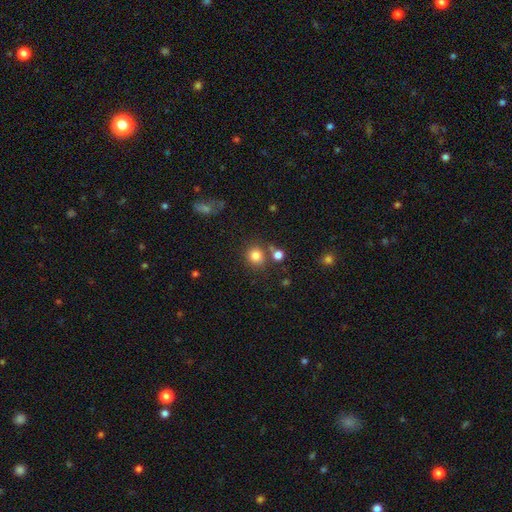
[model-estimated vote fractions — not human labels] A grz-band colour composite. It shows a smooth galaxy with no disk features (82%) that is round (86%). Merging: none (72%).